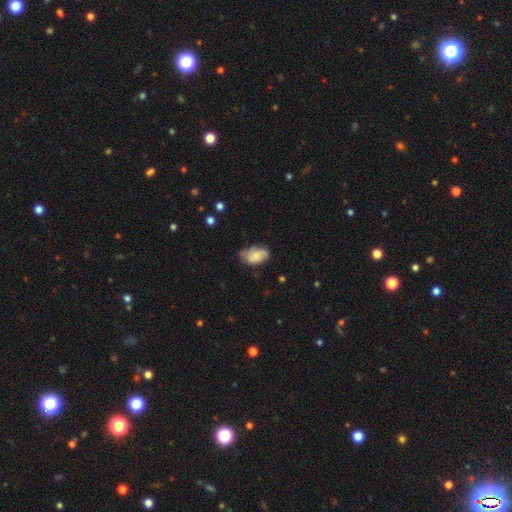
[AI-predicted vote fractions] This is likely a smooth galaxy (61%). How rounded: clearly in between (90%). Merging: possibly none (53%).